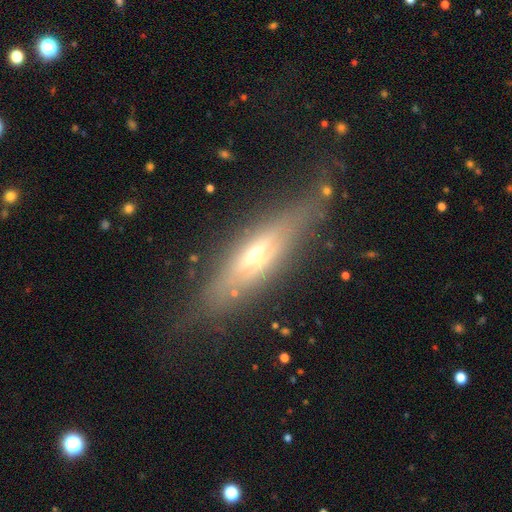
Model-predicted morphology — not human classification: The model was most divided on "smooth or featured": featured or disk: 64%, smooth: 27%, star or artifact: 9%. More confident: edge-on bulge — rounded (85%); edge-on disk — yes (85%); merging — none (72%).